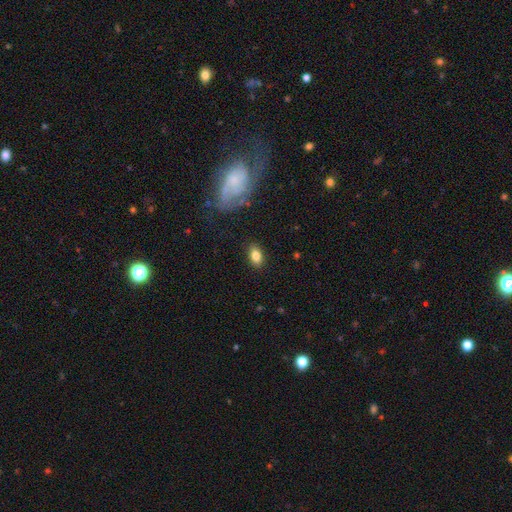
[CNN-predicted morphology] This appears to be a smooth galaxy with no disk features (80%) that is in between round and cigar-shaped (87%). Merging: none (86%).